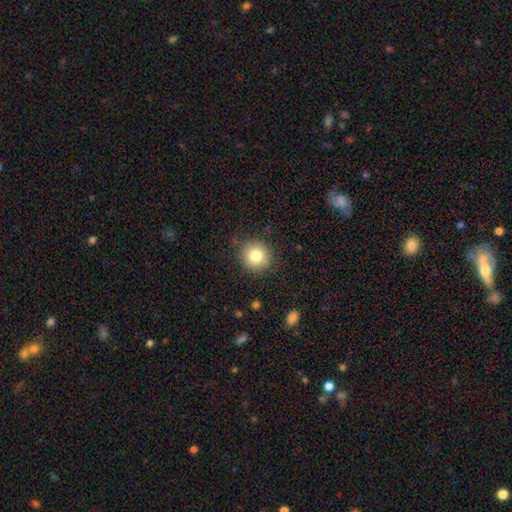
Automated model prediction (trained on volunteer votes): Q: Smooth or featured?
A: smooth (81%); runner-up: star or artifact (10%)
Q: How rounded?
A: round (92%); runner-up: in between (7%)
Q: Merging?
A: none (86%); runner-up: minor disturbance (10%)